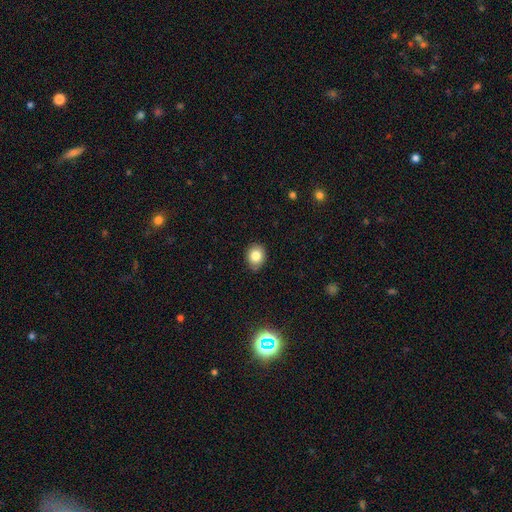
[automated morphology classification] The model was most divided on "how rounded": round: 64%, in between: 35%, cigar-shaped: 1%. More confident: merging — none (85%); smooth or featured — smooth (82%).